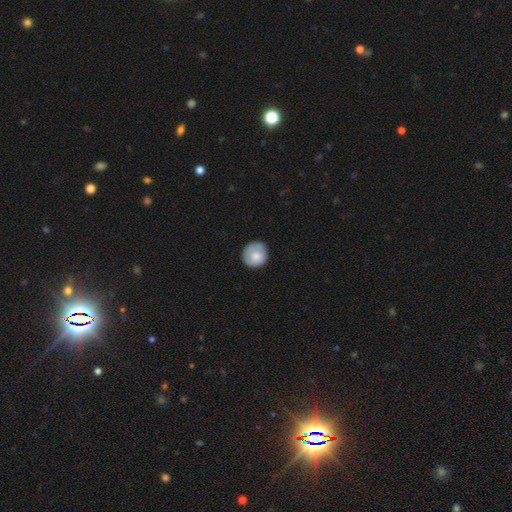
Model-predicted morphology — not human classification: This appears to be a smooth galaxy with no disk features (77%) that is round (89%). Merging: none (77%).